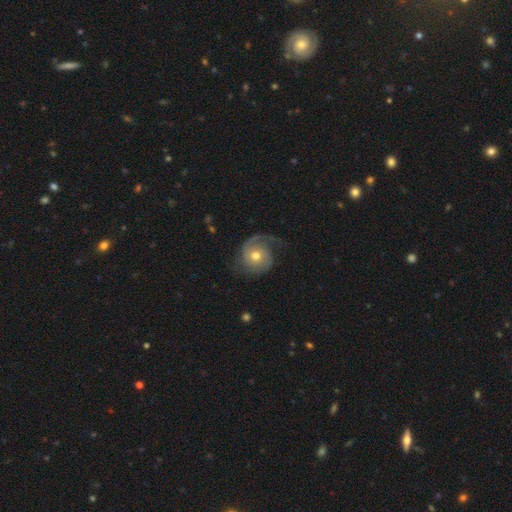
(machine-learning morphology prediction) A featured or disk galaxy (72%) with no bar (75%), 2 (48%) medium (38%) spiral arms (92%) and a moderate central bulge (70%). Merging: none (56%).